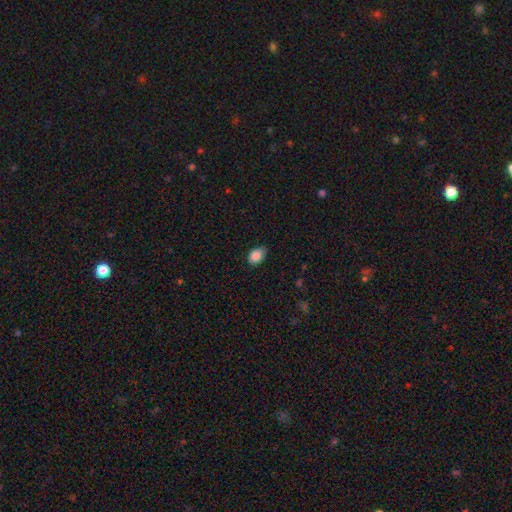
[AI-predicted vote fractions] Smooth or featured? Predicted: smooth (p=0.86). How rounded? Predicted: in between (p=0.77). Merging? Predicted: none (p=0.74).